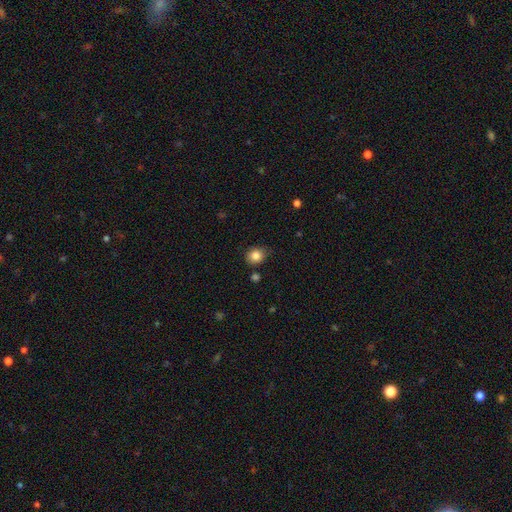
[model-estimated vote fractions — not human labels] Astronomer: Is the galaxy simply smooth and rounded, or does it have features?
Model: smooth — 83%.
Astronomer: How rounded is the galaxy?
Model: round — 66%.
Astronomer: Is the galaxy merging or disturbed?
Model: none — 75%.